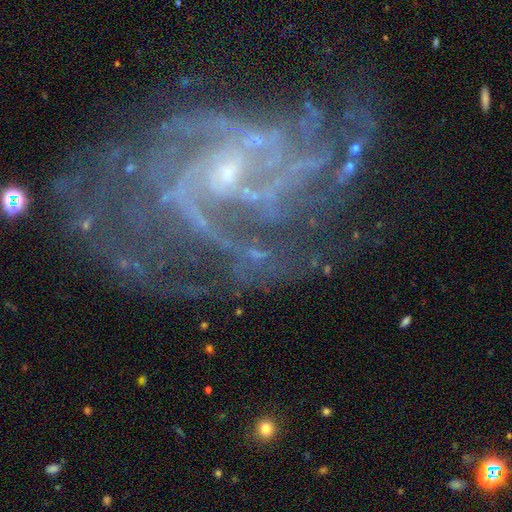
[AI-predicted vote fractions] smooth-or-featured: featured or disk: 81% | star or artifact: 13% | smooth: 6%
  disk-edge-on: no: 97% | yes: 3%
    bar: no: 42% | weak: 35% | strong: 23%
    has-spiral-arms: yes: 97% | no: 3%
      spiral-winding: tight: 50% | medium: 38% | loose: 11%
      spiral-arm-count: 2: 22% (tied) | 3: 22% (tied) | can't tell: 20% | 4: 14% | more than 4: 12% | 1: 11%
    bulge-size: small: 75% | moderate: 16% | none: 6% | large: 2% | dominant: 1%
  merging: none: 62% | major disturbance: 17% | minor disturbance: 17% | merger: 4%